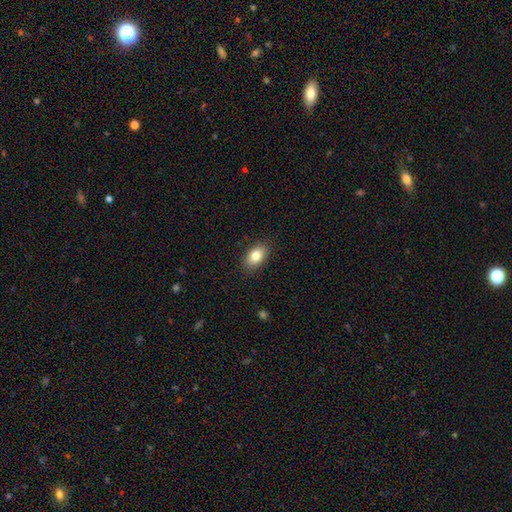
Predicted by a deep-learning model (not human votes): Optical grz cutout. It shows a smooth galaxy with no disk features (82%) that is in between round and cigar-shaped (89%). Merging: none (87%).